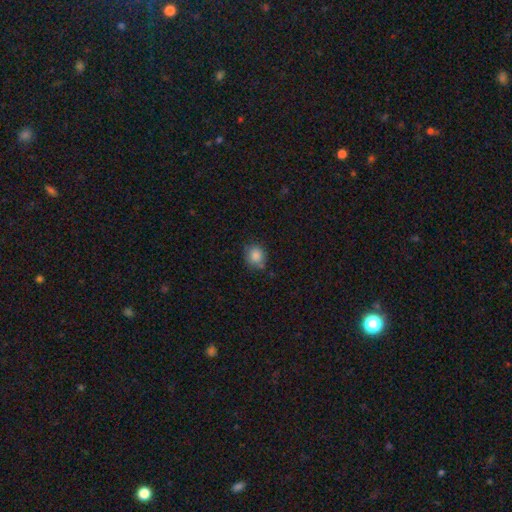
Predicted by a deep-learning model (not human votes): smooth_or_featured: smooth (p=0.86) [alt: star or artifact p=0.09]
how_rounded: round (p=0.78) [alt: in between p=0.21]
merging: none (p=0.73) [alt: minor disturbance p=0.19]